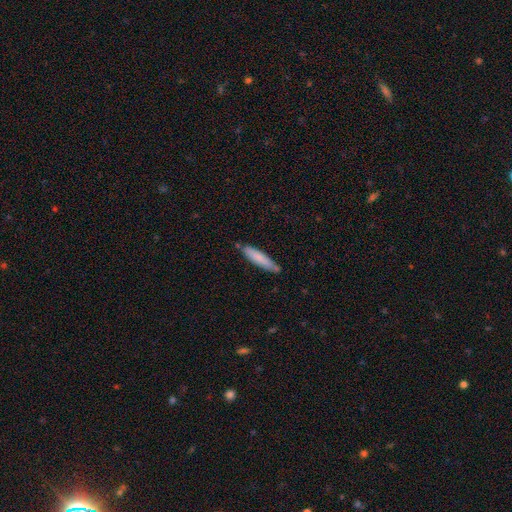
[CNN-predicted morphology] smooth-or-featured: smooth: 79% | featured or disk: 16% | star or artifact: 6%
  how-rounded: cigar-shaped: 86% | in between: 13% | round: 1%
  merging: none: 80% | minor disturbance: 15% | merger: 3% | major disturbance: 2%